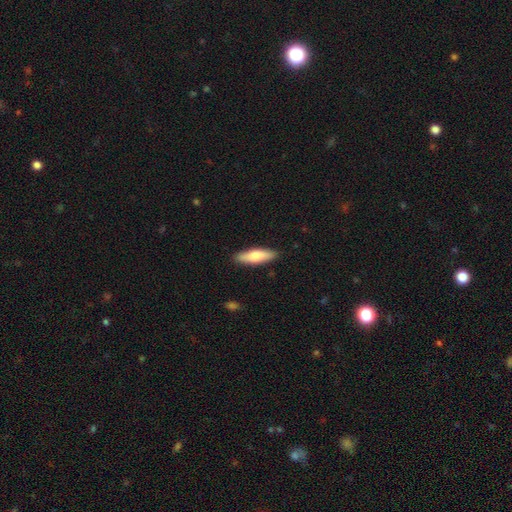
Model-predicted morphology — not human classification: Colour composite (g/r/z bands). It shows a smooth galaxy with no disk features (72%) that is cigar-shaped (55%). Merging: none (89%).